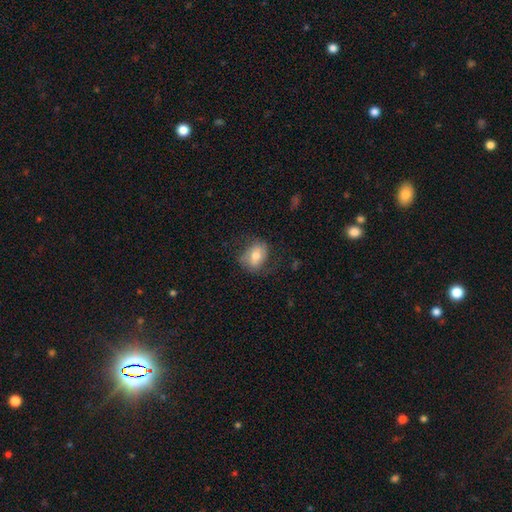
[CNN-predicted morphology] A smooth galaxy with no disk features (66%) that is in between round and cigar-shaped (65%).

Vote fractions:
- Smooth or featured? smooth: 66% / featured or disk: 26% / star or artifact: 8%
- How rounded? in between: 65% / round: 33% / cigar-shaped: 1%
- Merging? none: 63% / minor disturbance: 22% / major disturbance: 13% / merger: 1%